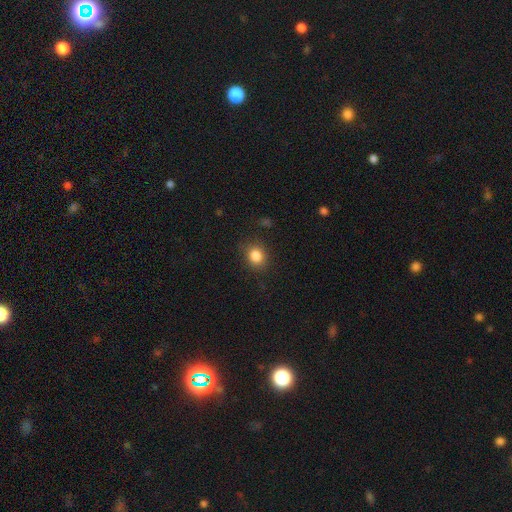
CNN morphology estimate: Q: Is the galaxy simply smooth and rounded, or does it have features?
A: smooth — 84%.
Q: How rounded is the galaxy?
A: round — 66%.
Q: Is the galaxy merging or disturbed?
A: none — 84%.